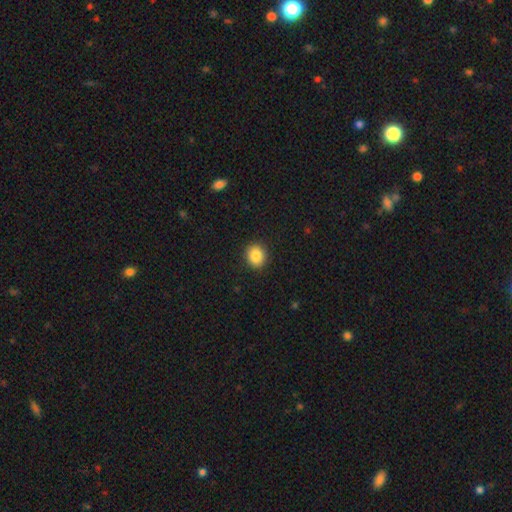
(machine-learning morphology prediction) This appears to be a smooth galaxy with no disk features (86%) that is round (76%). Merging: none (92%).